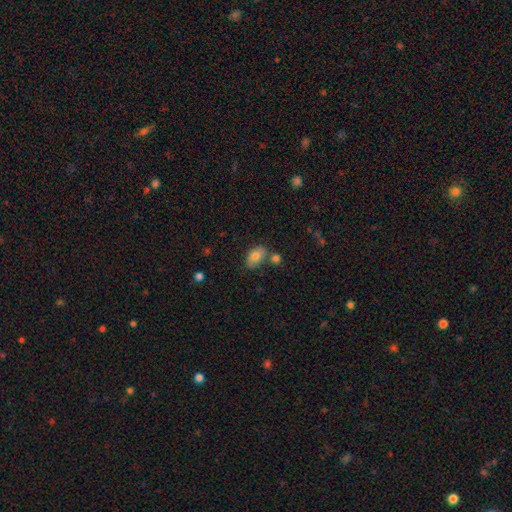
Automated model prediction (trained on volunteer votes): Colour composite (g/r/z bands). It shows a smooth galaxy with no disk features (77%) that is in between round and cigar-shaped (88%). Merging: none (62%).